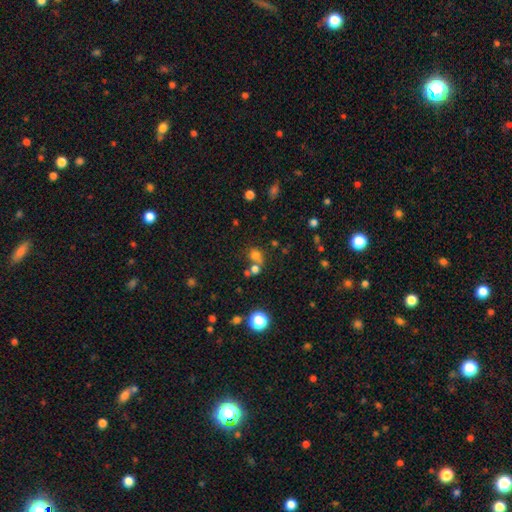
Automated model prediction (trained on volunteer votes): Smooth or featured: smooth — 69% (star or artifact — 21%)
How rounded: round — 79% (in between — 20%)
Merging: none — 48% (merger — 38%)